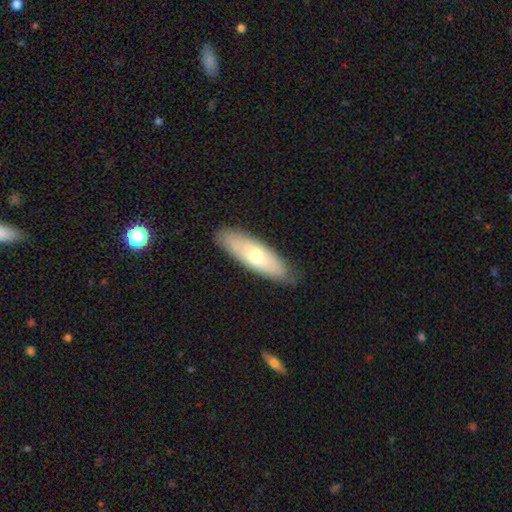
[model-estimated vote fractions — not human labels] smooth_or_featured: smooth (p=0.61) [alt: featured or disk p=0.34]
how_rounded: in between (p=0.51) [alt: cigar-shaped p=0.47]
merging: none (p=0.84) [alt: minor disturbance p=0.12]